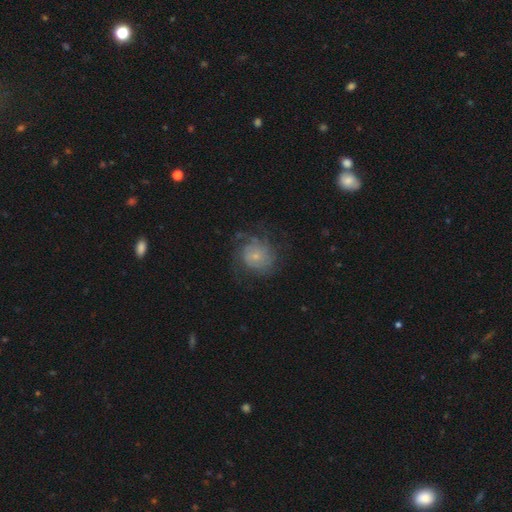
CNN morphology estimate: Q: Smooth or featured?
A: featured or disk (66%); runner-up: smooth (25%)
Q: Edge-on disk?
A: no (98%); runner-up: yes (2%)
Q: Bar?
A: no (72%); runner-up: weak (24%)
Q: Spiral arms?
A: yes (86%); runner-up: no (14%)
Q: Spiral winding?
A: tight (52%); runner-up: medium (34%)
Q: Spiral arm count?
A: can't tell (47%); runner-up: 2 (16%)
Q: Bulge size?
A: small (73%); runner-up: moderate (19%)
Q: Merging?
A: none (61%); runner-up: minor disturbance (20%)